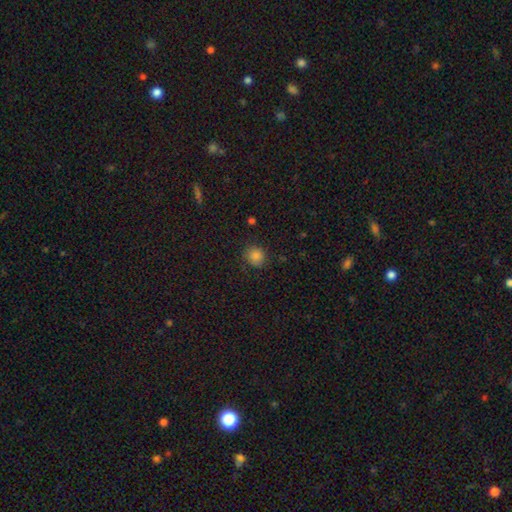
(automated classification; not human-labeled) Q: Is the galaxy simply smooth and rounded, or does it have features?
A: smooth — 83%.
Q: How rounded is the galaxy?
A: round — 85%.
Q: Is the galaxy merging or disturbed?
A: none — 81%.